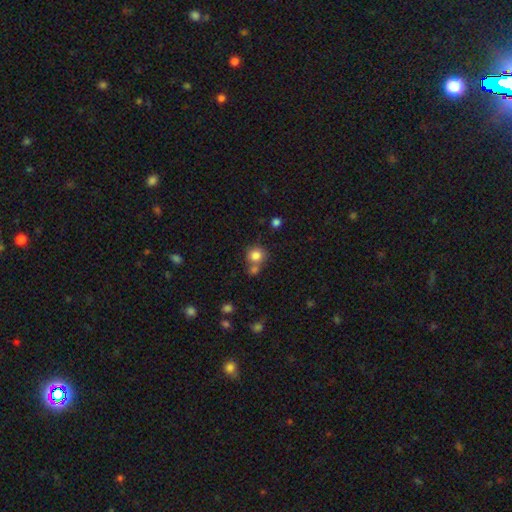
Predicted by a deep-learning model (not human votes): Smooth or featured?
  - smooth: 82% *
  - star or artifact: 11%
  - featured or disk: 7%
How rounded?
  - round: 87% *
  - in between: 12%
  - cigar-shaped: 1%
Merging?
  - none: 58% *
  - merger: 28%
  - minor disturbance: 10%
  - major disturbance: 4%